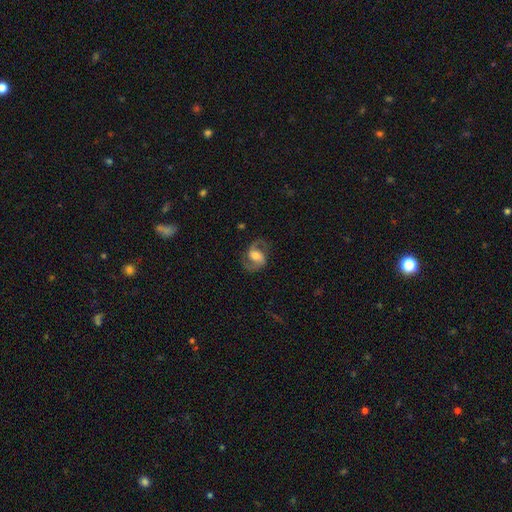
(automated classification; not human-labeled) Overall: featured or disk (80%). Edge-on disk: no (97%). Bar: weak (46%; no 31%). Spiral arms: yes (94%). Spiral arm count: 2 (91%). Spiral winding: medium (53%; loose 33%). Bulge size: moderate (52%; large 23%). Merging: none (76%).